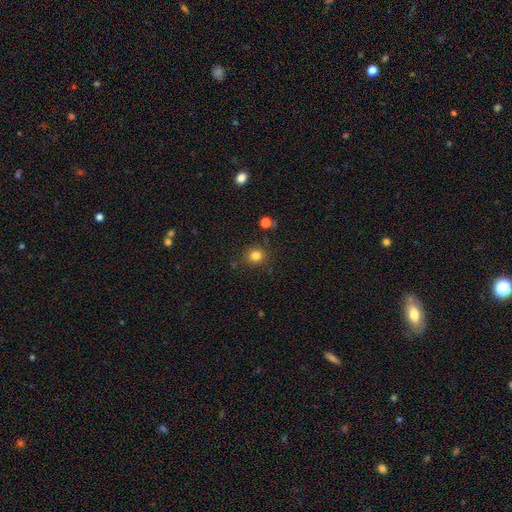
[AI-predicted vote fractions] Morphology: type=smooth (81%); roundness=round (86%); merging=none (84%).